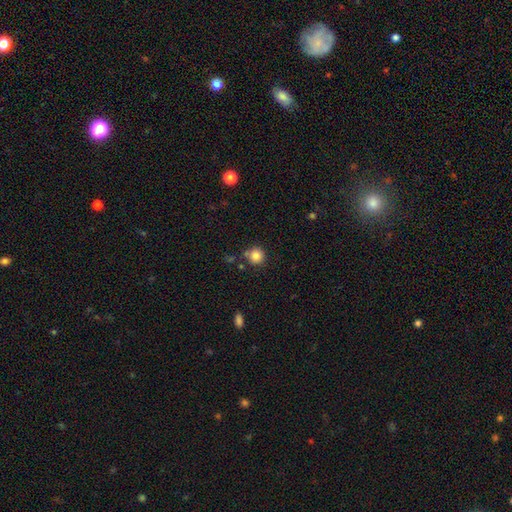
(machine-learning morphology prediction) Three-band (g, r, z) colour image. It shows a smooth galaxy with no disk features (83%) that is round (93%). Merging: none (78%).